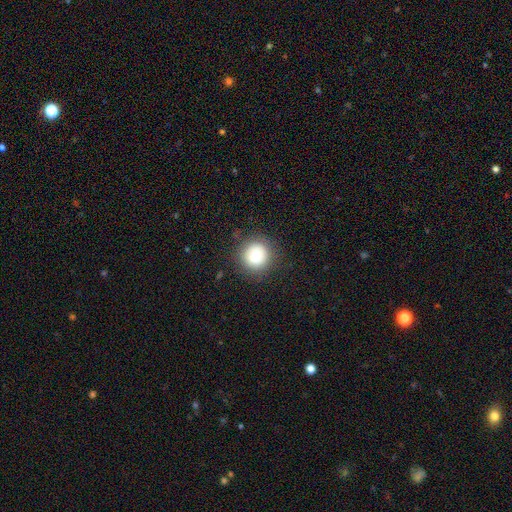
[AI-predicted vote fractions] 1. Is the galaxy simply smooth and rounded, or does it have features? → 83% smooth, 10% star or artifact, 7% featured or disk.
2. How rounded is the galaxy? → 94% round, 6% in between, 1% cigar-shaped.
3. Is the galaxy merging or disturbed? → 86% none, 10% minor disturbance, 3% major disturbance, 1% merger.